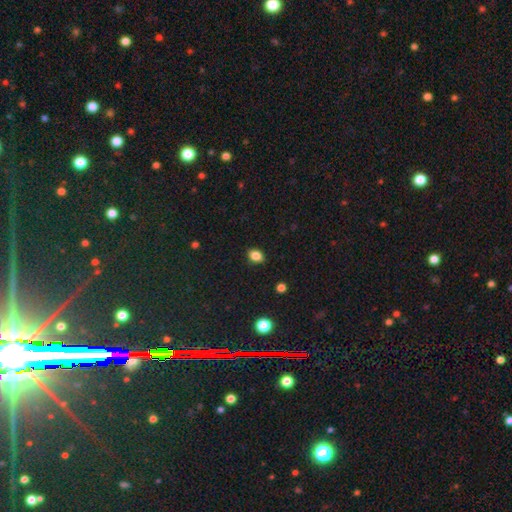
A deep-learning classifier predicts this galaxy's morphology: Q: Smooth or featured?
A: smooth (84%); runner-up: star or artifact (11%)
Q: How rounded?
A: in between (73%); runner-up: round (25%)
Q: Merging?
A: none (87%); runner-up: minor disturbance (10%)